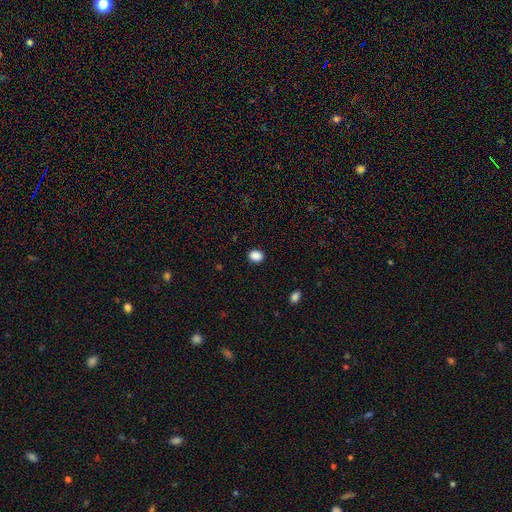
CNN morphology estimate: Smooth or featured?
  - smooth: 88% *
  - star or artifact: 9%
  - featured or disk: 2%
How rounded?
  - in between: 58% *
  - round: 41%
  - cigar-shaped: 1%
Merging?
  - none: 89% *
  - minor disturbance: 7%
  - major disturbance: 2%
  - merger: 1%